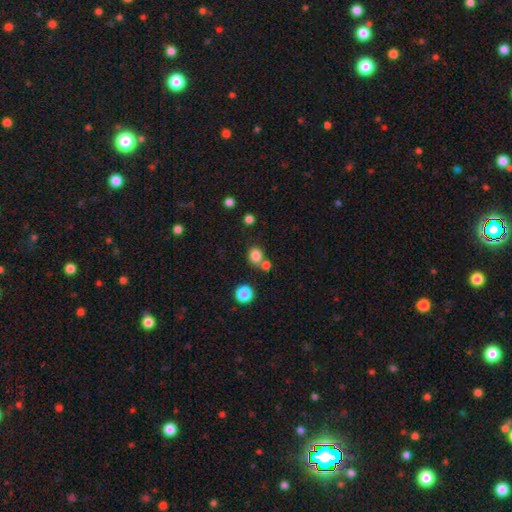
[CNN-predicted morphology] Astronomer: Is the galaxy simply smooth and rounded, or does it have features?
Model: smooth — 82%.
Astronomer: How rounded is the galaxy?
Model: round — 75%.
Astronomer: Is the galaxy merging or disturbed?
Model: none — 65%.